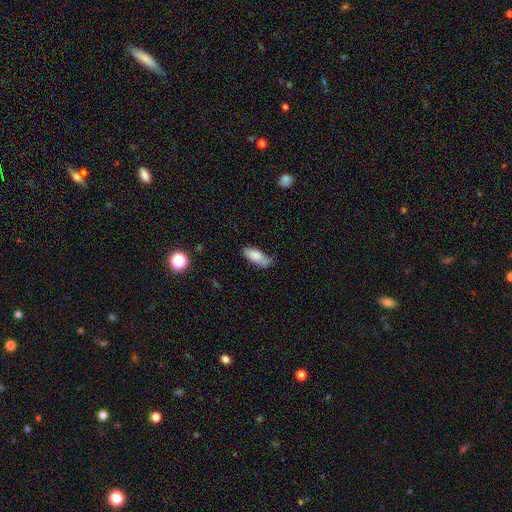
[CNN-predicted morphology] This is clearly a smooth galaxy (83%). How rounded: likely in between (78%). Merging: likely none (66%).